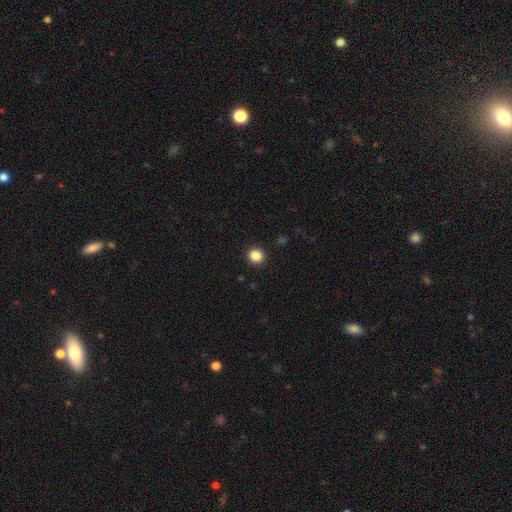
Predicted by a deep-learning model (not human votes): This appears to be a smooth galaxy with no disk features (86%) that is round (87%). Merging: none (92%).